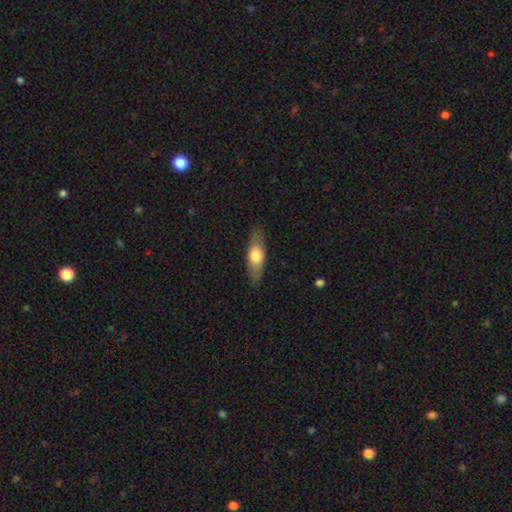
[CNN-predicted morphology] This is possibly a smooth galaxy (57%). How rounded: possibly in between (51%). Merging: clearly none (85%).